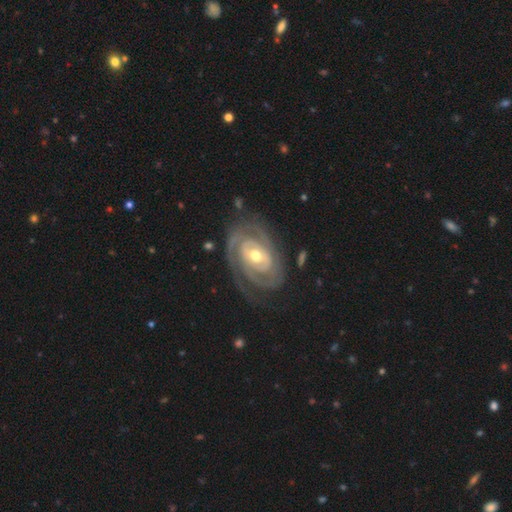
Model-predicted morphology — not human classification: A featured or disk galaxy (91%) with no bar (49%), 2 (54%) tight (76%) spiral arms (95%) and a moderate central bulge (71%).

Vote fractions:
- Smooth or featured? featured or disk: 91% / smooth: 6% / star or artifact: 4%
- Edge-on disk? no: 97% / yes: 3%
- Bar? no: 49% / weak: 33% / strong: 18%
- Spiral arms? yes: 95% / no: 5%
- Spiral winding? tight: 76% / medium: 20% / loose: 4%
- Spiral arm count? 2: 54% / can't tell: 16% / 3: 16% / 1: 5% / 4: 4% / more than 4: 4%
- Bulge size? moderate: 71% / small: 23% / large: 4% / dominant: 1% / none: 1%
- Merging? none: 72% / minor disturbance: 17% / major disturbance: 9% / merger: 2%